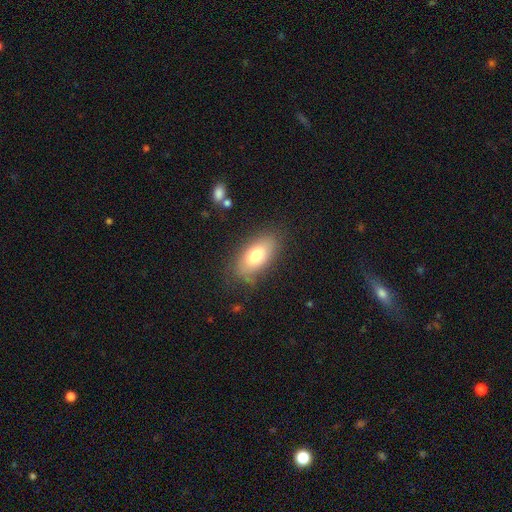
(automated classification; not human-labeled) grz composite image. It shows a smooth galaxy with no disk features (74%) that is in between round and cigar-shaped (89%). Merging: none (77%).